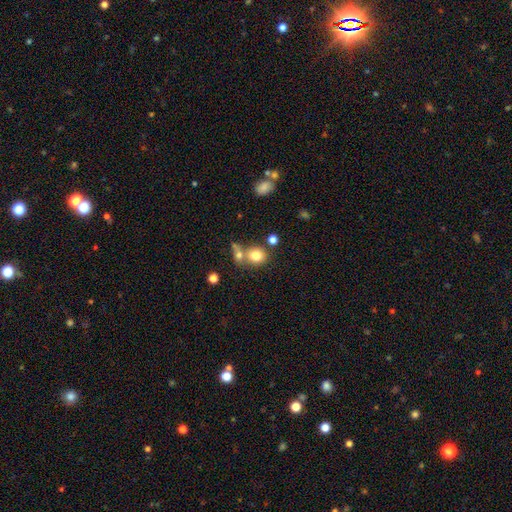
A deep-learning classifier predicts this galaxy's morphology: type=smooth (79%); roundness=round (76%); merging=none (54%).